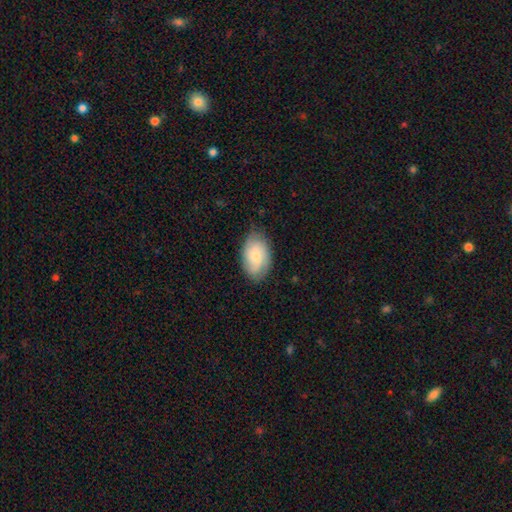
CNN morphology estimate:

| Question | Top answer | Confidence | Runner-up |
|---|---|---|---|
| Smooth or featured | smooth | 56% | featured or disk (38%) |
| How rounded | in between | 91% | round (8%) |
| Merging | none | 77% | minor disturbance (18%) |